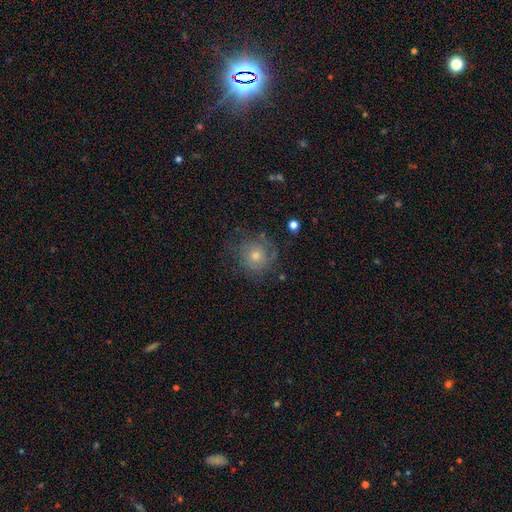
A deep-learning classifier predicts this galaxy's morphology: Q: Smooth or featured?
A: smooth (50%); runner-up: featured or disk (35%)
Q: Merging?
A: none (71%); runner-up: minor disturbance (17%)